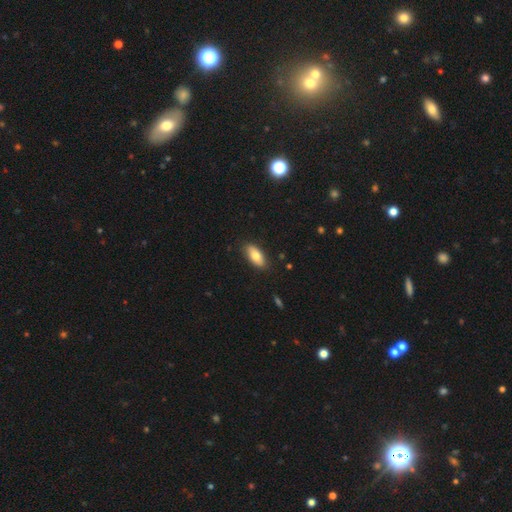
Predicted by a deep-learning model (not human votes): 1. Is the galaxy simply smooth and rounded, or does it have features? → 77% smooth, 17% featured or disk, 6% star or artifact.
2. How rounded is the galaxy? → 86% in between, 11% cigar-shaped, 3% round.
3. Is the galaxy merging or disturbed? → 87% none, 10% minor disturbance, 2% major disturbance, 1% merger.